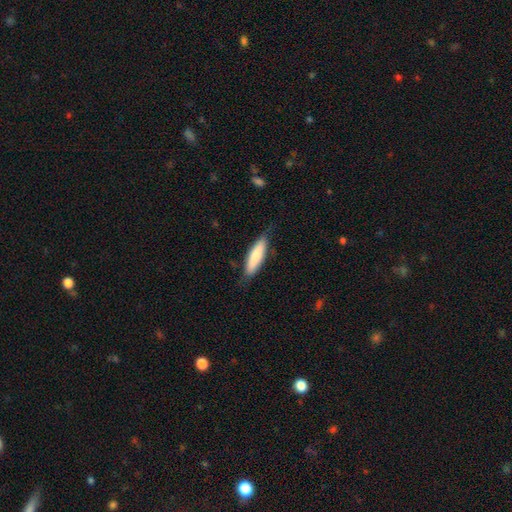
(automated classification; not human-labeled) A smooth galaxy with no disk features (79%) that is cigar-shaped (62%). Merging: none (77%).